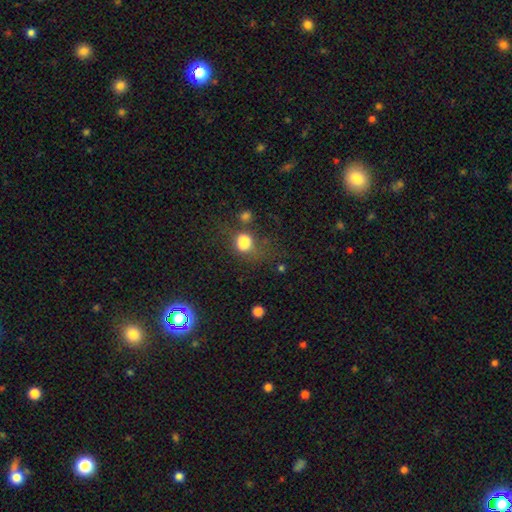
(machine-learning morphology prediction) smooth-or-featured: smooth: 53% | star or artifact: 36% | featured or disk: 11%
  how-rounded: round: 76% | in between: 22% | cigar-shaped: 2%
  merging: none: 60% | minor disturbance: 16% | major disturbance: 15% | merger: 9%